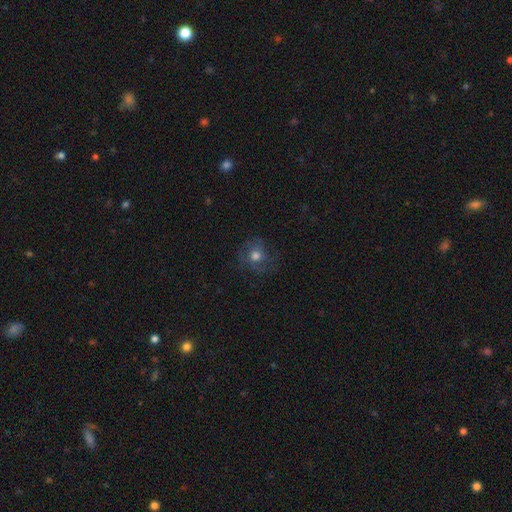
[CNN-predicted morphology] Smooth or featured? Predicted: smooth (p=0.52). How rounded? Predicted: round (p=0.82). Merging? Predicted: none (p=0.65).